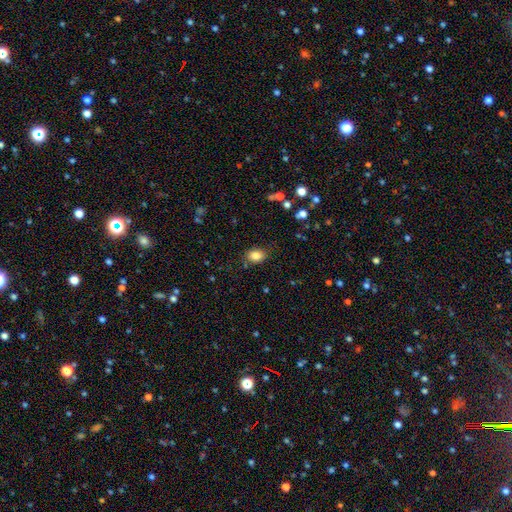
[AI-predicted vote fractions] Overall: smooth (84%). How rounded: in between (70%). Merging: none (80%).